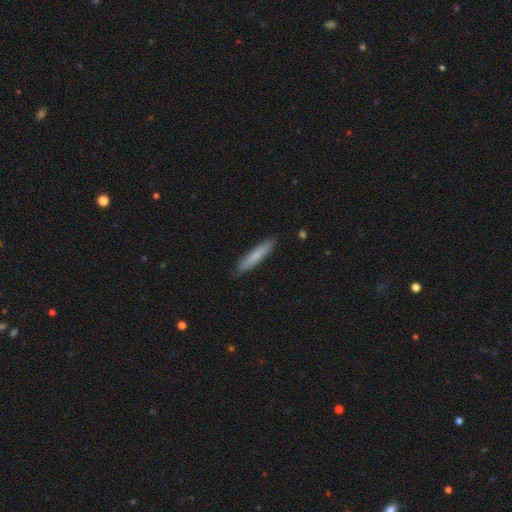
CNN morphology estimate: Overall: smooth (77%). How rounded: cigar-shaped (93%). Merging: none (89%).